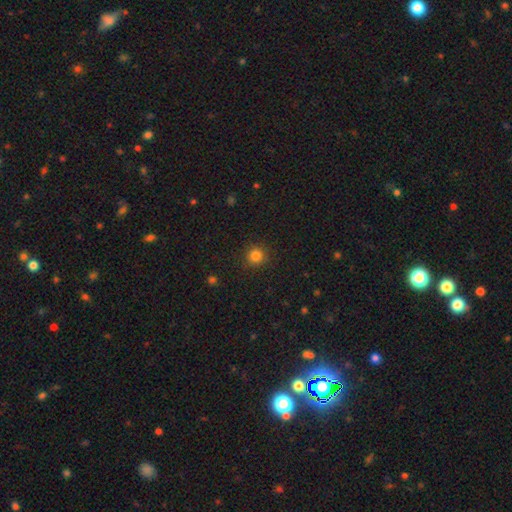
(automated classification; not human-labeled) Overall: smooth (83%). How rounded: round (94%). Merging: none (90%).